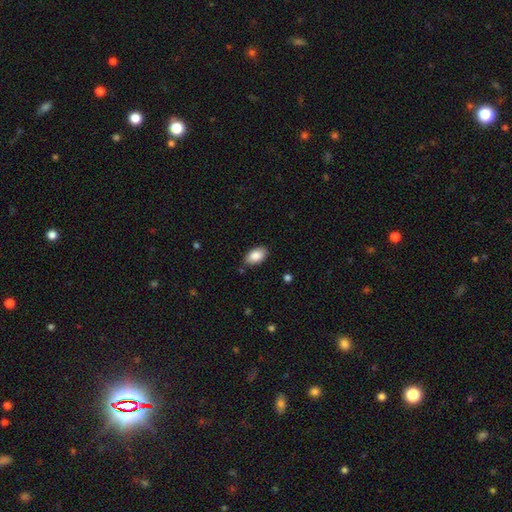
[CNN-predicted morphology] Smooth or featured? smooth (87%)
How rounded? in between (94%)
Merging? none (84%)